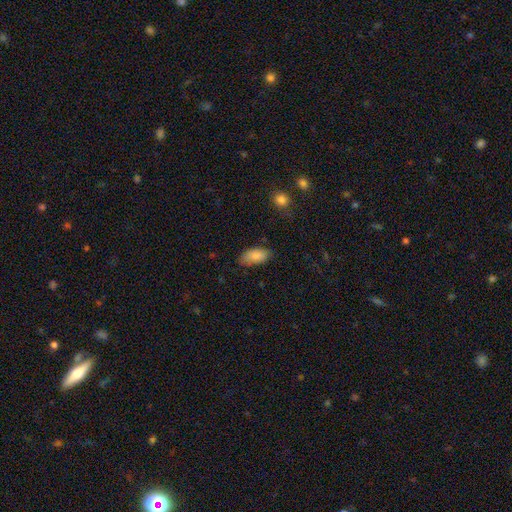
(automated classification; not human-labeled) Smooth or featured: smooth — 84% (featured or disk — 9%)
How rounded: in between — 93% (cigar-shaped — 5%)
Merging: none — 73% (minor disturbance — 21%)